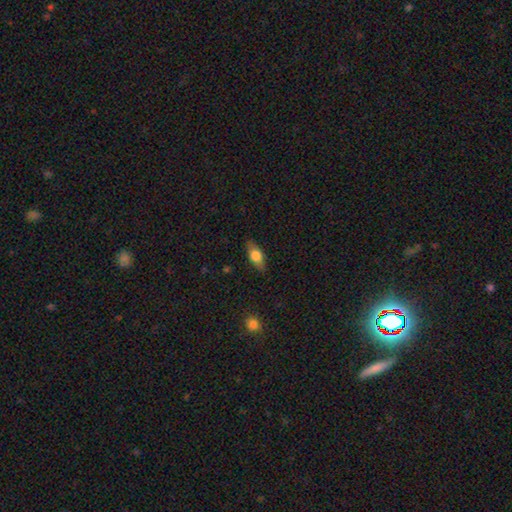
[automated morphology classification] smooth 63%, featured or disk 30%, star or artifact 7%. Down the decision tree: how rounded — in between (75%); merging — none (84%).